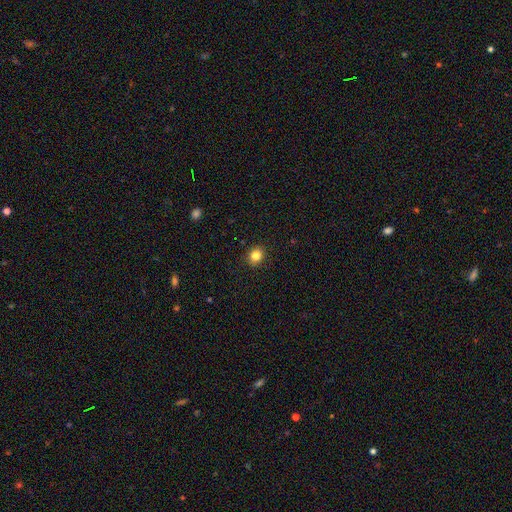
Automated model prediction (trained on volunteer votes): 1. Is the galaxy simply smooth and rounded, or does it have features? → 83% smooth, 11% star or artifact, 6% featured or disk.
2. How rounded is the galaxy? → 71% round, 28% in between, 1% cigar-shaped.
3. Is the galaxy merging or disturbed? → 90% none, 7% minor disturbance, 2% major disturbance, 1% merger.